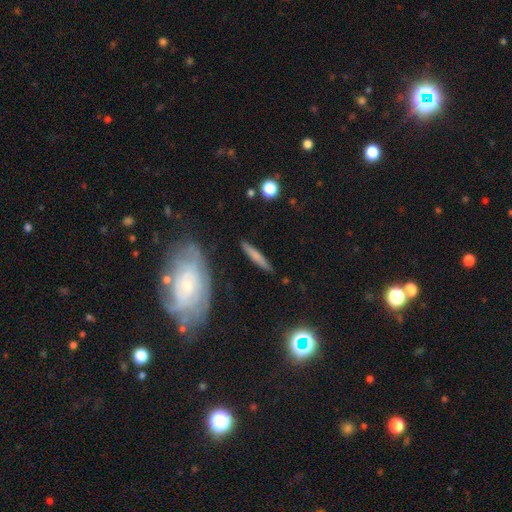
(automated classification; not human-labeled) Smooth or featured? smooth (61%)
How rounded? cigar-shaped (89%)
Merging? none (86%)